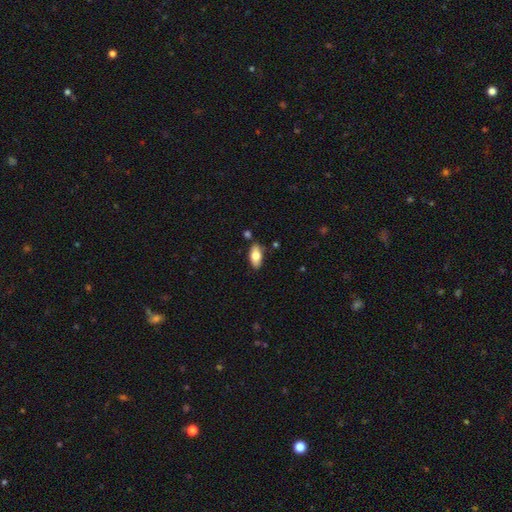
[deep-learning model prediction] Smooth or featured? smooth (77%)
How rounded? in between (89%)
Merging? none (82%)